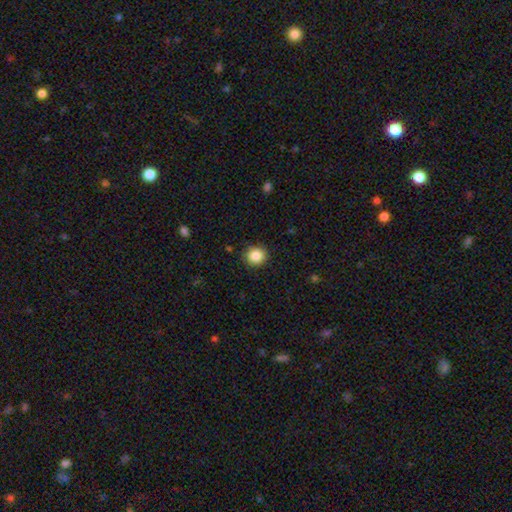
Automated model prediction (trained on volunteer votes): A smooth galaxy with no disk features (86%) that is round (89%).

Vote fractions:
- Smooth or featured? smooth: 86% / star or artifact: 9% / featured or disk: 4%
- How rounded? round: 89% / in between: 10% / cigar-shaped: 1%
- Merging? none: 89% / minor disturbance: 7% / major disturbance: 2% / merger: 1%